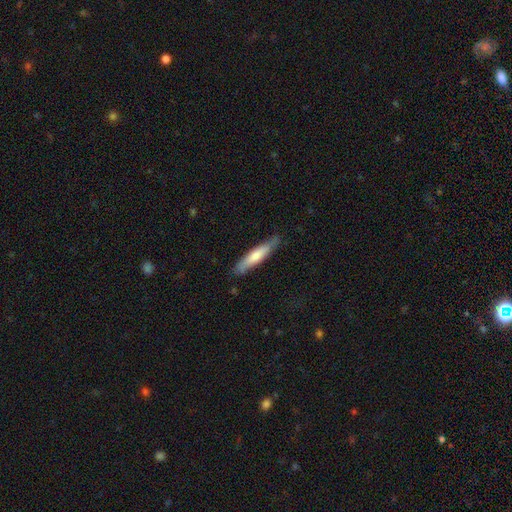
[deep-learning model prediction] This is likely a smooth galaxy (61%). How rounded: clearly cigar-shaped (86%). Merging: clearly none (82%).